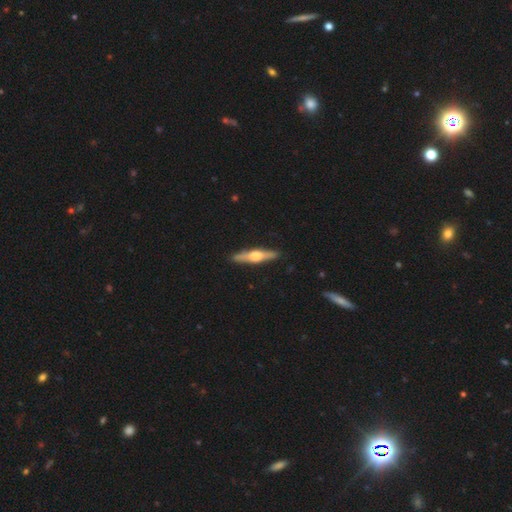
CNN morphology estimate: Smooth or featured: featured or disk — 66% (smooth — 29%)
Edge-on disk: yes — 96% (no — 4%)
Edge-on bulge: rounded — 93% (boxy — 5%)
Merging: none — 90% (minor disturbance — 7%)